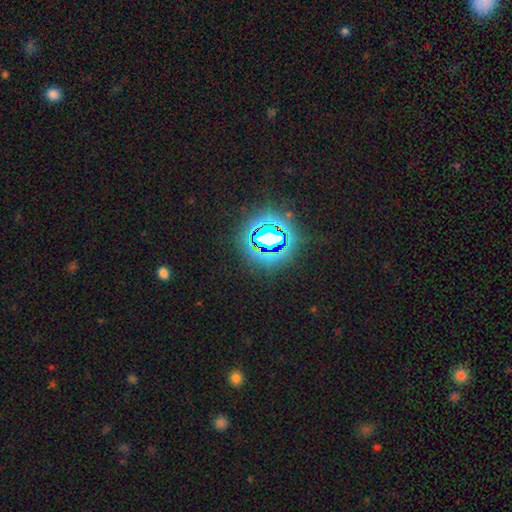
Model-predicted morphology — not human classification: Smooth or featured: star or artifact — 82% (smooth — 12%)